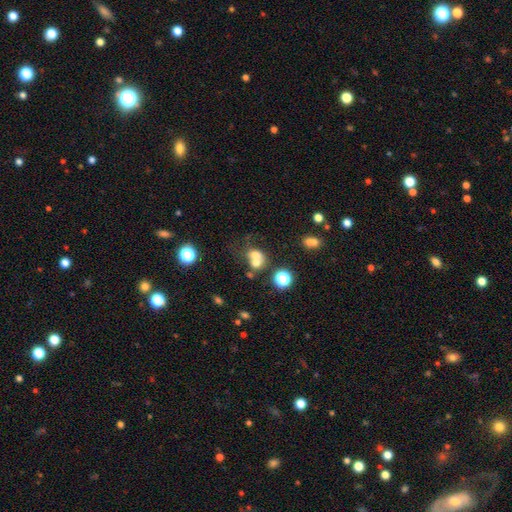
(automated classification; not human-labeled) Q: Smooth or featured?
A: smooth (63%); runner-up: featured or disk (21%)
Q: How rounded?
A: round (63%); runner-up: in between (36%)
Q: Merging?
A: merger (61%); runner-up: none (26%)